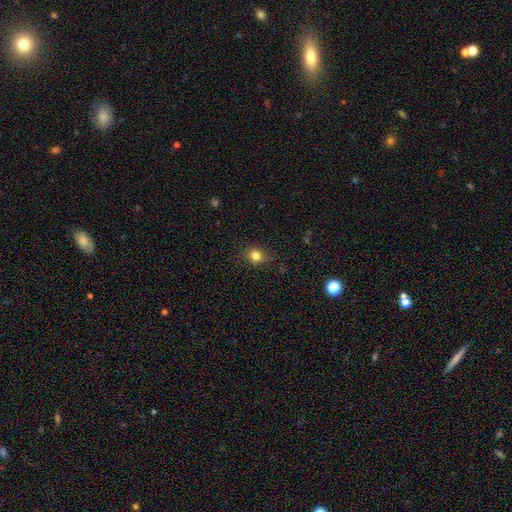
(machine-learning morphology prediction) smooth_or_featured: smooth (p=0.80) [alt: star or artifact p=0.14]
how_rounded: round (p=0.82) [alt: in between p=0.17]
merging: none (p=0.84) [alt: minor disturbance p=0.12]